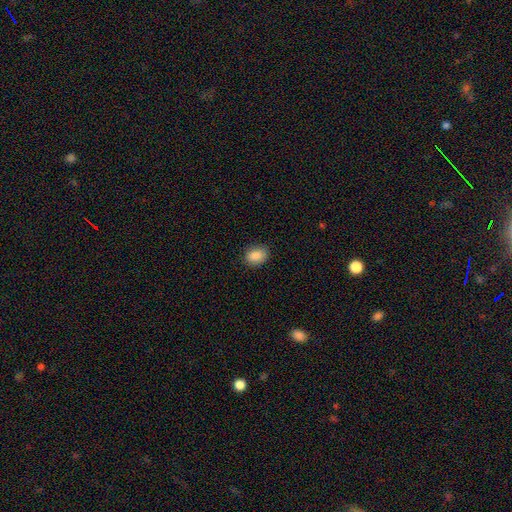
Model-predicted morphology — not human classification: Overall: smooth (88%). How rounded: in between (75%). Merging: none (84%).